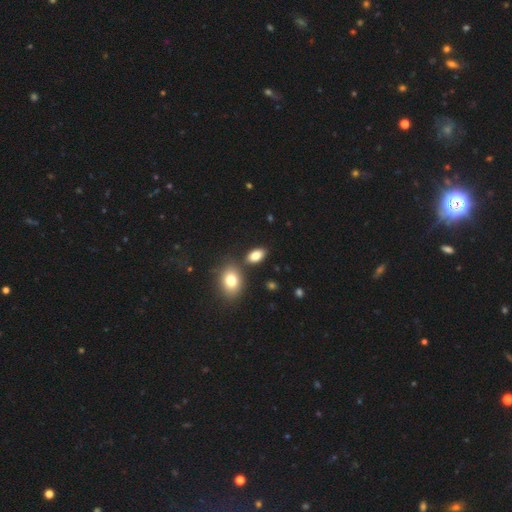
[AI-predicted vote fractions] smooth-or-featured: smooth: 84% | star or artifact: 9% | featured or disk: 7%
  how-rounded: in between: 91% | round: 7% | cigar-shaped: 2%
  merging: none: 78% | minor disturbance: 10% | merger: 9% | major disturbance: 3%